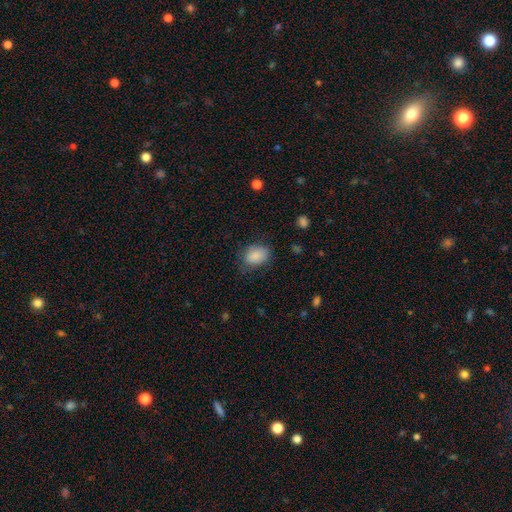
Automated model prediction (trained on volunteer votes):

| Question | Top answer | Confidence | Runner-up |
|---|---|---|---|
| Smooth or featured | smooth | 86% | star or artifact (8%) |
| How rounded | in between | 71% | round (28%) |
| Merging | none | 66% | minor disturbance (25%) |